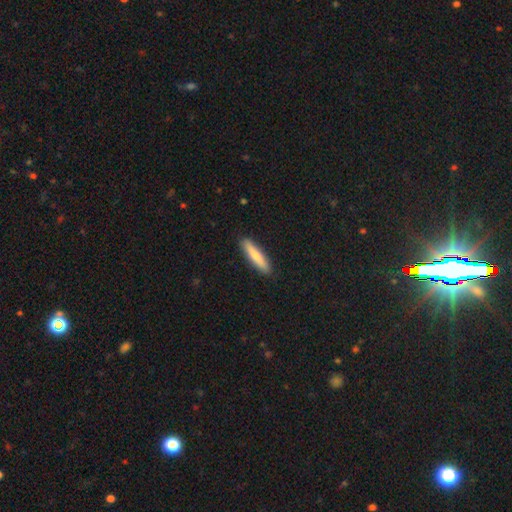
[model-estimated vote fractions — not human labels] Morphology: type=smooth (71%); roundness=cigar-shaped (85%); merging=none (90%).